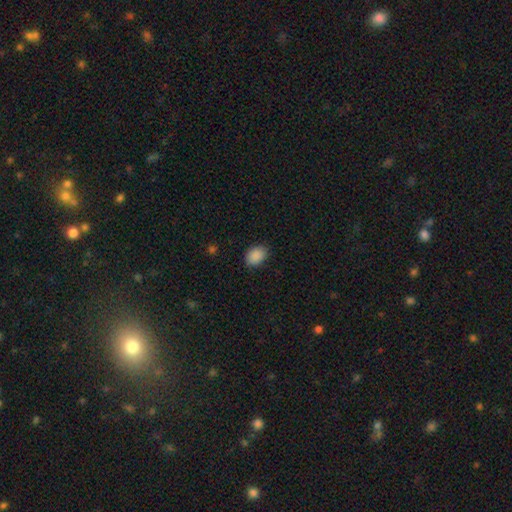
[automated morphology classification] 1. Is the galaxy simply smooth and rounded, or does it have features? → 89% smooth, 8% star or artifact, 3% featured or disk.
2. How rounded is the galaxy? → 75% in between, 24% round, 1% cigar-shaped.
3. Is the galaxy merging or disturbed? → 85% none, 11% minor disturbance, 3% major disturbance, 1% merger.